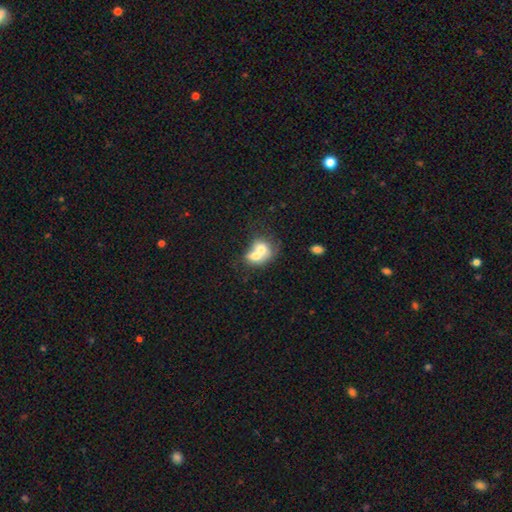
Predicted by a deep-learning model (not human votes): Smooth or featured?
  - smooth: 65% *
  - featured or disk: 27%
  - star or artifact: 8%
How rounded?
  - round: 52% *
  - in between: 47%
  - cigar-shaped: 1%
Merging?
  - merger: 75% *
  - none: 15%
  - minor disturbance: 6%
  - major disturbance: 4%